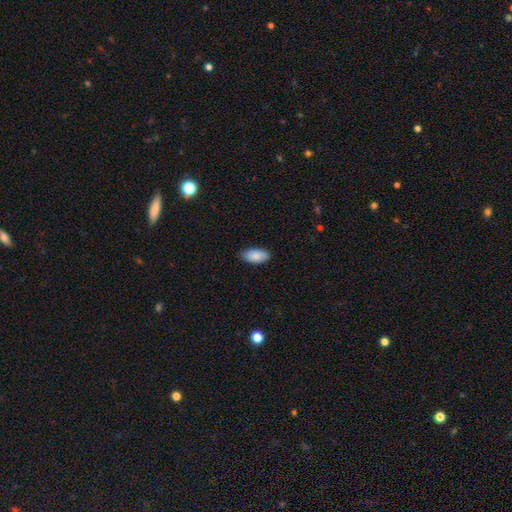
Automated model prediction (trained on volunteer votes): Smooth or featured: smooth — 88% (star or artifact — 6%)
How rounded: in between — 94% (cigar-shaped — 4%)
Merging: none — 85% (minor disturbance — 12%)